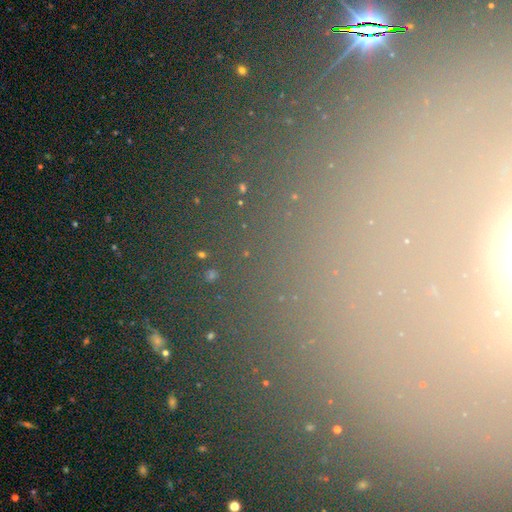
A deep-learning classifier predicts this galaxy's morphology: This is likely a star or artifact rather than a galaxy (71%).